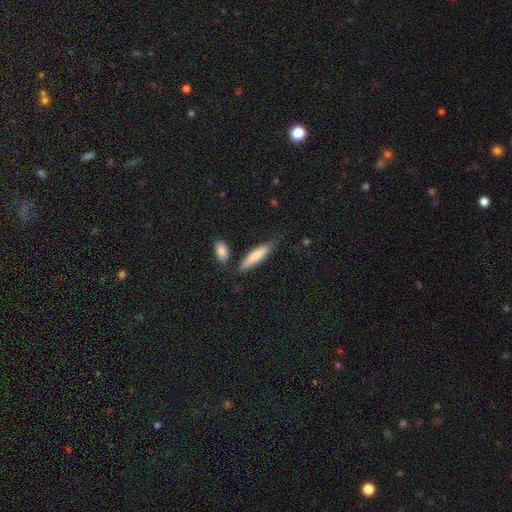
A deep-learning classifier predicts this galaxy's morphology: smooth_or_featured: smooth (p=0.79) [alt: featured or disk p=0.16]
how_rounded: cigar-shaped (p=0.75) [alt: in between p=0.23]
merging: none (p=0.75) [alt: minor disturbance p=0.15]